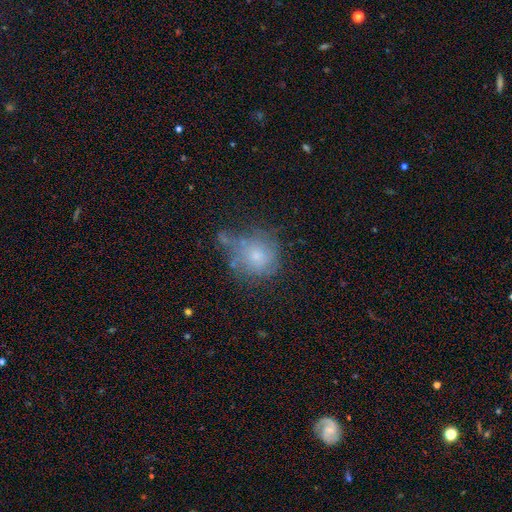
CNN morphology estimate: Smooth or featured: smooth — 61% (featured or disk — 26%)
How rounded: round — 83% (in between — 16%)
Merging: none — 46% (minor disturbance — 27%)